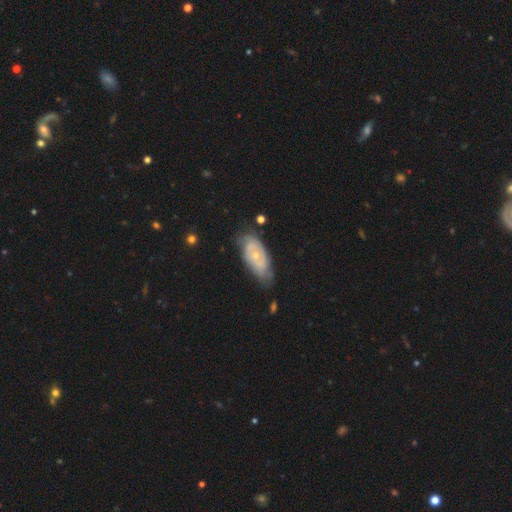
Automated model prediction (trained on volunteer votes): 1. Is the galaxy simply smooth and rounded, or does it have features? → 65% featured or disk, 29% smooth, 6% star or artifact.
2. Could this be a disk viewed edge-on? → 91% no, 9% yes.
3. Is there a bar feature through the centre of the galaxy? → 80% no, 17% weak, 3% strong.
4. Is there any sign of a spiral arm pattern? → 70% yes, 30% no.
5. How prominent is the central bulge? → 61% small, 36% moderate, 1% none, 1% large, 1% dominant.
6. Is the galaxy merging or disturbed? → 60% none, 29% minor disturbance, 9% major disturbance, 2% merger.